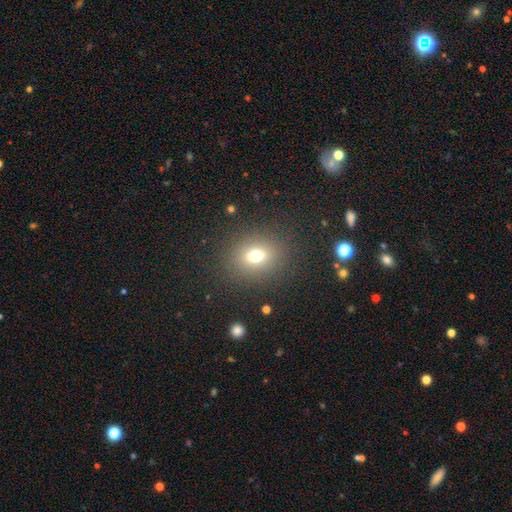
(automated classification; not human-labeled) This is likely a smooth galaxy (71%). How rounded: possibly round (55%). Merging: clearly none (86%).